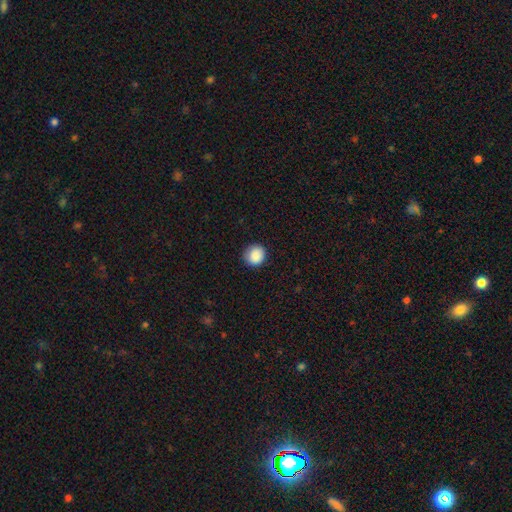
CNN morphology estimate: A smooth galaxy with no disk features (89%) that is round (91%).

Vote fractions:
- Smooth or featured? smooth: 89% / star or artifact: 8% / featured or disk: 3%
- How rounded? round: 91% / in between: 8% / cigar-shaped: 1%
- Merging? none: 87% / minor disturbance: 9% / major disturbance: 2% / merger: 1%